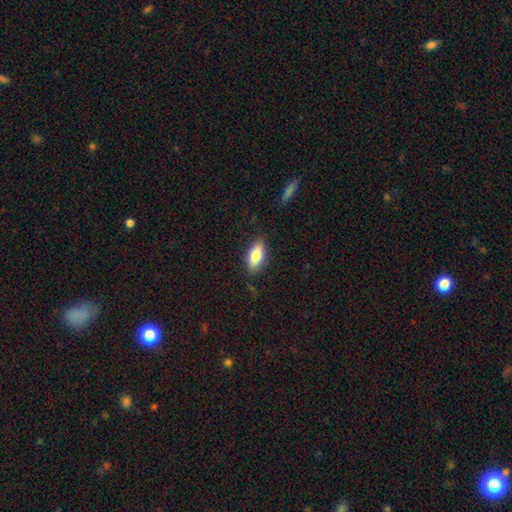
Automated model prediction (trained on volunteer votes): Smooth or featured: smooth — 77% (featured or disk — 16%)
How rounded: in between — 84% (cigar-shaped — 13%)
Merging: none — 82% (minor disturbance — 14%)